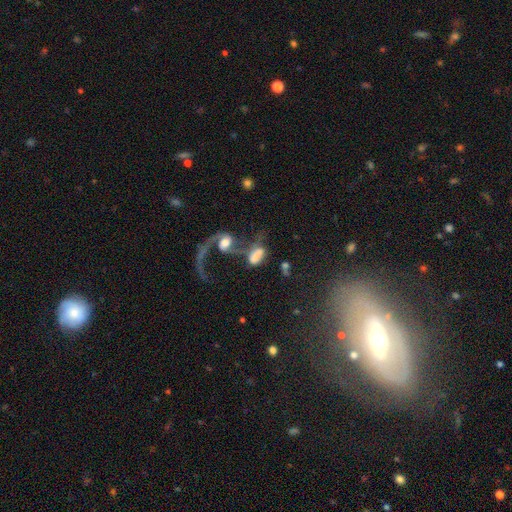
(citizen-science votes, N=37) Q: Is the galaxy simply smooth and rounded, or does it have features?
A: smooth — 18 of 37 (49%).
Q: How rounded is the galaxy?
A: in between — 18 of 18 (100%).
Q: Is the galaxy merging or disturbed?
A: merger — 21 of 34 (62%).